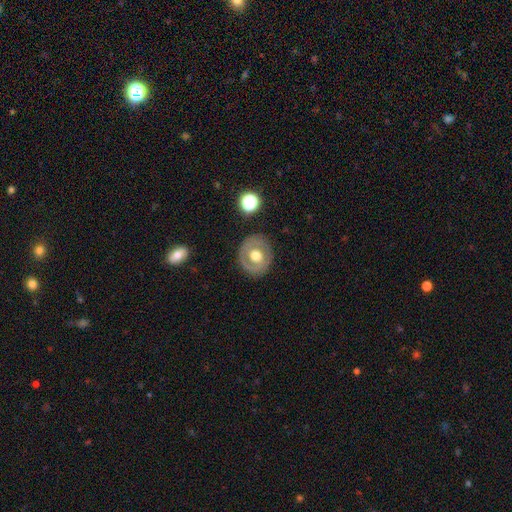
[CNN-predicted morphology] Smooth or featured? Predicted: featured or disk (p=0.56). Edge-on disk? Predicted: no (p=0.96). Bar? Predicted: no (p=0.78). Spiral arms? Predicted: no (p=0.62). Bulge size? Predicted: moderate (p=0.66). Merging? Predicted: none (p=0.82).